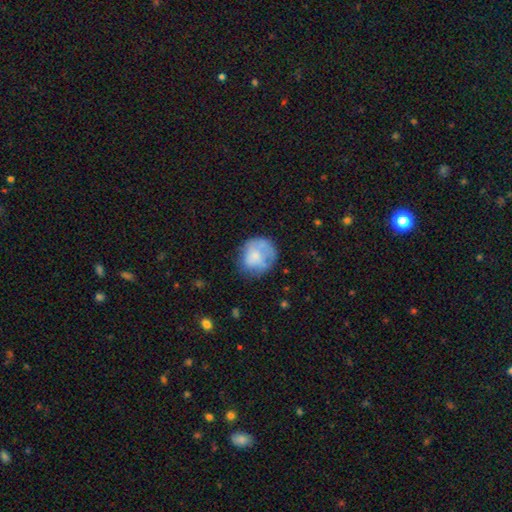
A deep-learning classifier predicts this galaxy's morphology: Smooth or featured: smooth — 62% (featured or disk — 30%)
How rounded: round — 78% (in between — 21%)
Merging: none — 55% (minor disturbance — 26%)